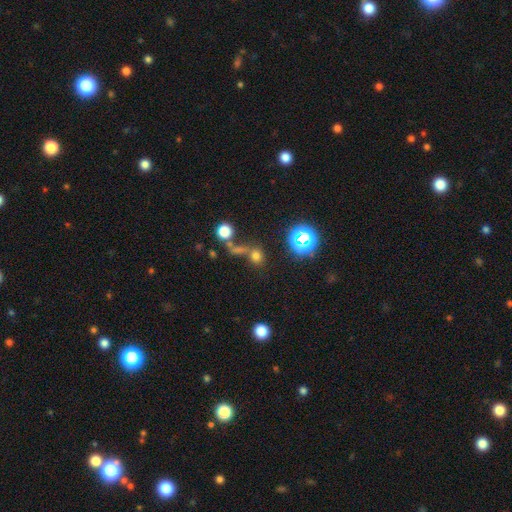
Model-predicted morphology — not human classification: Smooth or featured: smooth — 62% (star or artifact — 28%)
How rounded: round — 75% (in between — 22%)
Merging: none — 49% (merger — 32%)